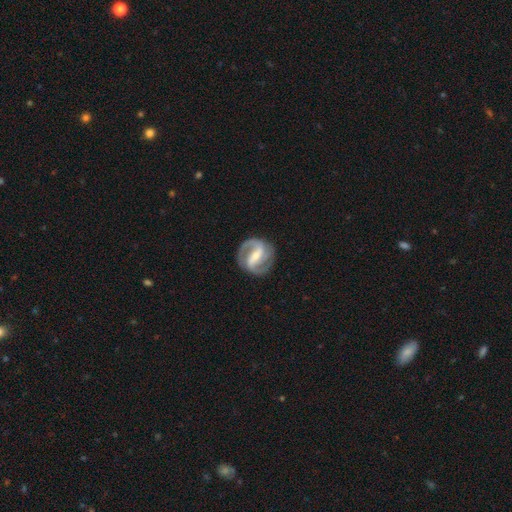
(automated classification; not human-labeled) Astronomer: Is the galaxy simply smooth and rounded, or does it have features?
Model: featured or disk — 89%.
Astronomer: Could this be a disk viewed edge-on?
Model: no — 97%.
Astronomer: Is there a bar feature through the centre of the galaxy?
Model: strong — 63%.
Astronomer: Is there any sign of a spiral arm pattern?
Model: yes — 95%.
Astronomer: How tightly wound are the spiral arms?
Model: medium — 50% (runner-up: tight, 36%).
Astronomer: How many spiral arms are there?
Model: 2 — 88%.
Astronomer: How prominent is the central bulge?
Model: small — 51% (runner-up: moderate, 43%).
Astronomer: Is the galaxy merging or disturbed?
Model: none — 84%.